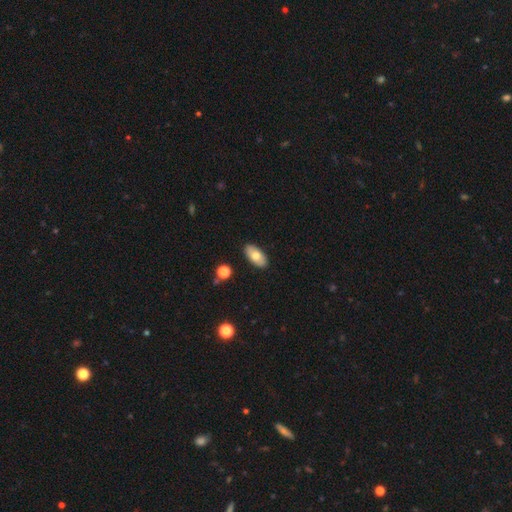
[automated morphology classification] Overall: smooth (70%). How rounded: in between (92%). Merging: none (88%).